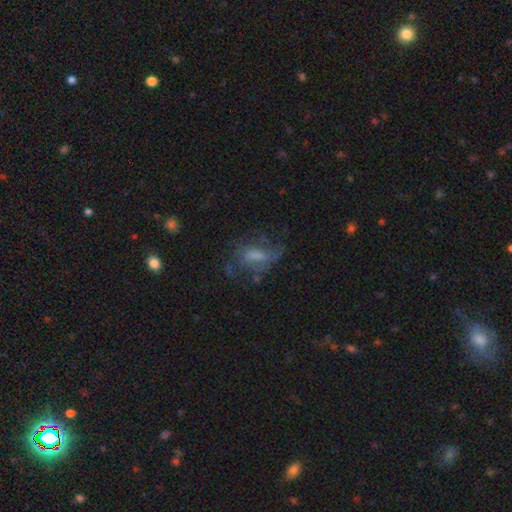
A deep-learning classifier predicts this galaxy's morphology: Overall: featured or disk (49%; smooth 37%). Merging: none (44%; major disturbance 31%).